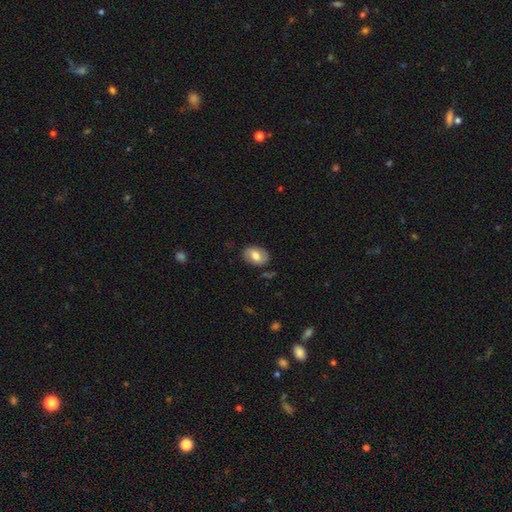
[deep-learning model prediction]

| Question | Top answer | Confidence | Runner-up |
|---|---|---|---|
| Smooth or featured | smooth | 64% | featured or disk (30%) |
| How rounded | in between | 86% | round (13%) |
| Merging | none | 81% | minor disturbance (14%) |